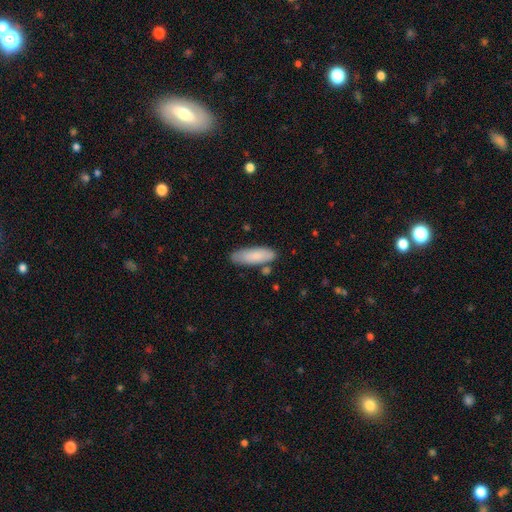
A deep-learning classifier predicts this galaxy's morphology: This is clearly a smooth galaxy (84%). How rounded: possibly in between (57%). Merging: likely none (77%).